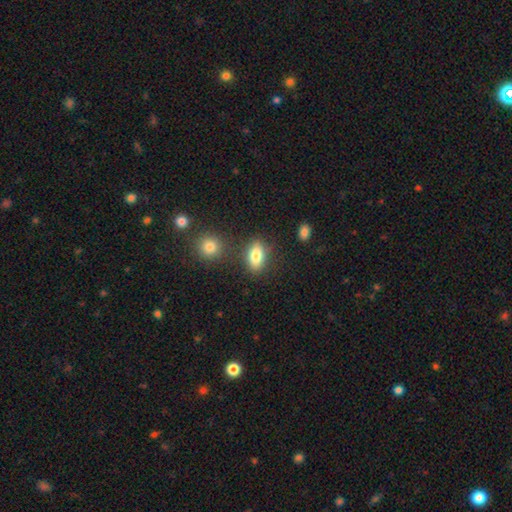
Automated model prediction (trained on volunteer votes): smooth-or-featured: smooth: 83% | featured or disk: 9% | star or artifact: 8%
  how-rounded: in between: 87% | round: 9% | cigar-shaped: 4%
  merging: none: 75% | minor disturbance: 13% | merger: 8% | major disturbance: 4%